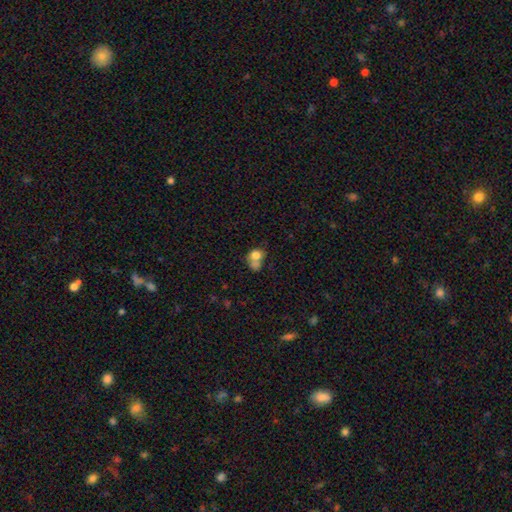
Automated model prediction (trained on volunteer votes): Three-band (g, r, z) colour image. It shows a smooth galaxy with no disk features (73%) that is round (57%). Merging: merger (49%).